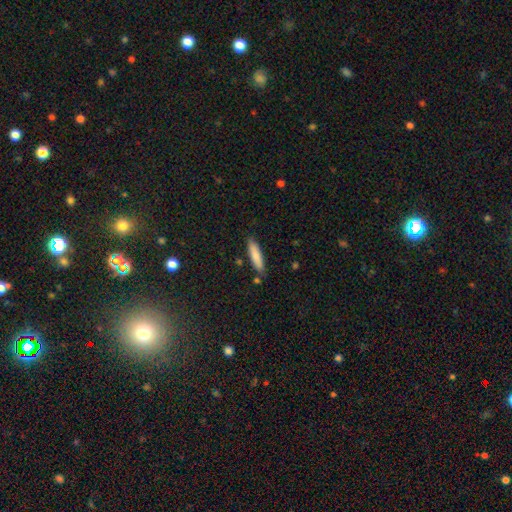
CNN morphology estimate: The model was most divided on "how rounded": cigar-shaped: 79%, in between: 20%, round: 1%. More confident: merging — none (84%); smooth or featured — smooth (84%).